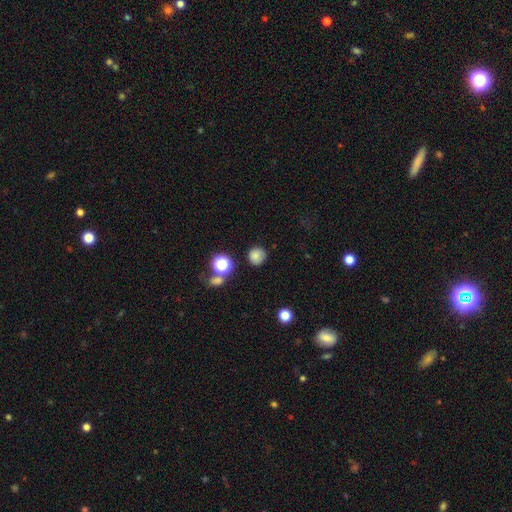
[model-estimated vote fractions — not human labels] The model was most divided on "smooth or featured": smooth: 78%, star or artifact: 14%, featured or disk: 8%. More confident: how rounded — round (90%); merging — none (79%).